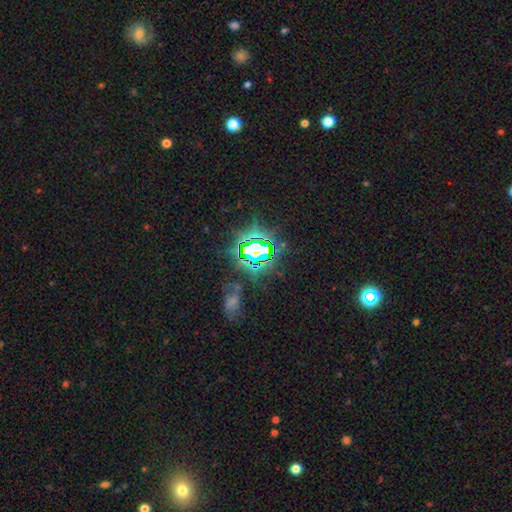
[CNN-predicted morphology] Overall: star or artifact (76%).